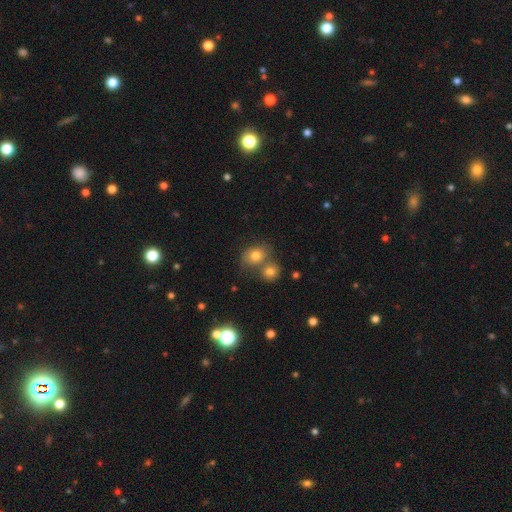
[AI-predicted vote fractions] A smooth galaxy with no disk features (75%) that is round (56%). Merging: none (43%).